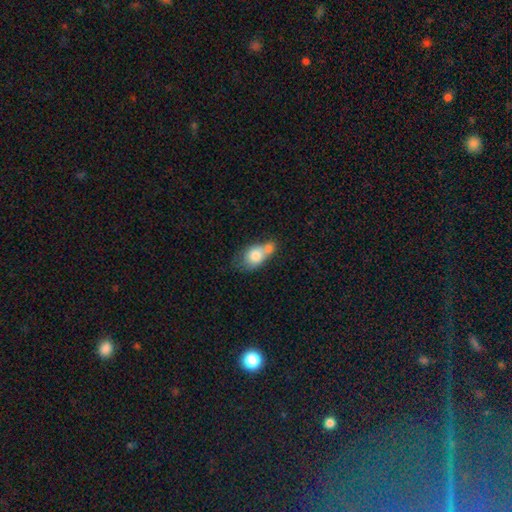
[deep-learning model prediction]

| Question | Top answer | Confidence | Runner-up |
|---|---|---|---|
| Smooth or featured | smooth | 74% | featured or disk (19%) |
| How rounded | in between | 71% | round (26%) |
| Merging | merger | 59% | none (21%) |